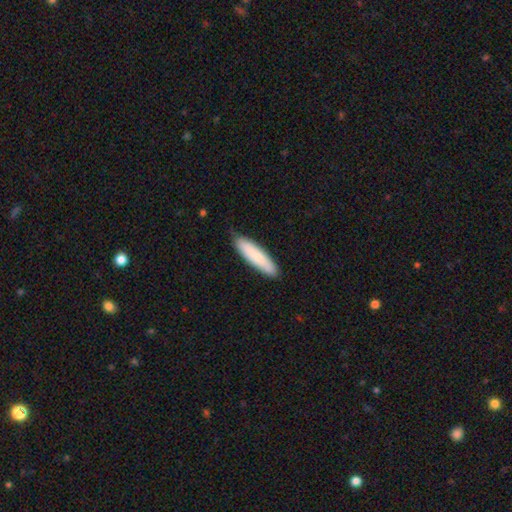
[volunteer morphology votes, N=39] smooth-or-featured: smooth: 85% | featured or disk: 8% | star or artifact: 8%
  how-rounded: cigar-shaped: 70% | in between: 24% | round: 6%
  merging: none: 81% | minor disturbance: 17% | major disturbance: 3% | merger: 0%